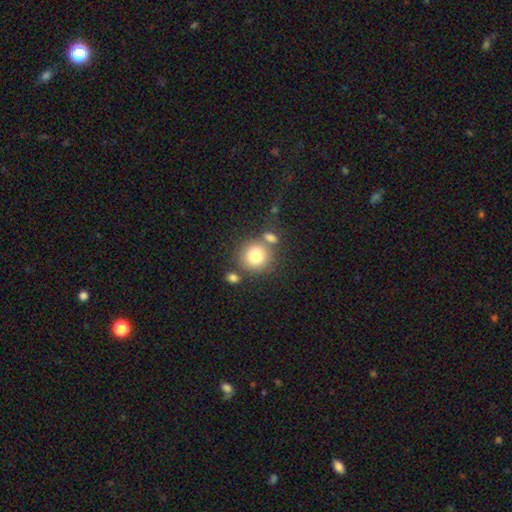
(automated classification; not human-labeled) Smooth or featured: smooth — 78% (featured or disk — 11%)
How rounded: round — 89% (in between — 10%)
Merging: none — 66% (merger — 19%)